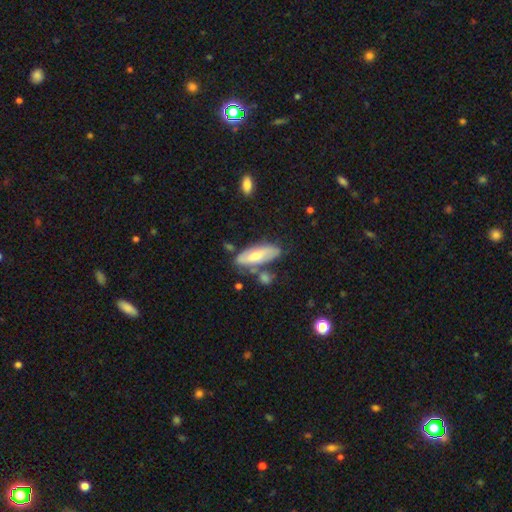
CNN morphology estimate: The model was most divided on "smooth or featured": smooth: 53%, featured or disk: 41%, star or artifact: 6%. More confident: how rounded — in between (67%); merging — none (65%).